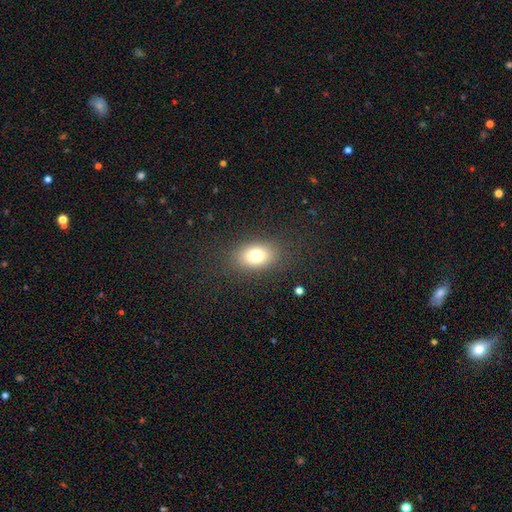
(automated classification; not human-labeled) Smooth or featured? Predicted: smooth (p=0.77). How rounded? Predicted: in between (p=0.79). Merging? Predicted: none (p=0.83).